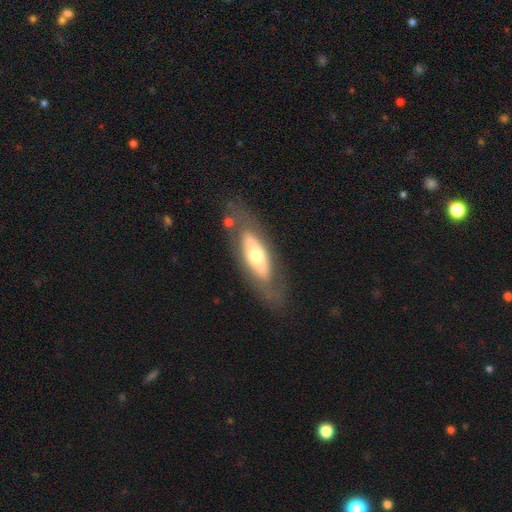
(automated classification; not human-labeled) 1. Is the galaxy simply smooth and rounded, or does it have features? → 52% featured or disk, 42% smooth, 6% star or artifact.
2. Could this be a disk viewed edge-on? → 73% no, 27% yes.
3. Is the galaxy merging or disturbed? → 73% none, 15% minor disturbance, 8% major disturbance, 3% merger.